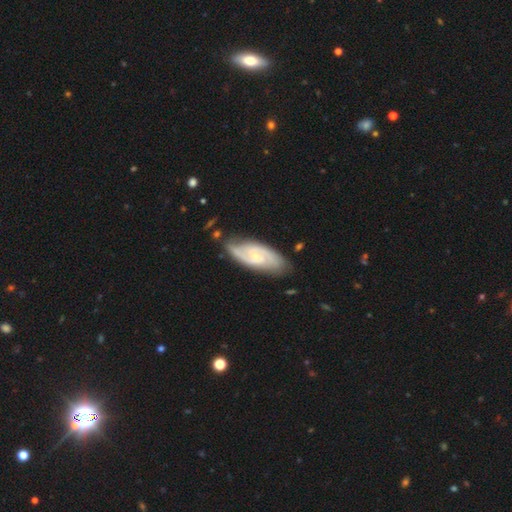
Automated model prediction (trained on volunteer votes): Q: Smooth or featured?
A: featured or disk (83%); runner-up: smooth (12%)
Q: Edge-on disk?
A: no (94%); runner-up: yes (6%)
Q: Bar?
A: no (54%); runner-up: weak (39%)
Q: Spiral arms?
A: yes (96%); runner-up: no (4%)
Q: Spiral winding?
A: medium (45%); runner-up: tight (43%)
Q: Spiral arm count?
A: 2 (76%); runner-up: can't tell (11%)
Q: Bulge size?
A: small (69%); runner-up: moderate (25%)
Q: Merging?
A: none (75%); runner-up: minor disturbance (19%)